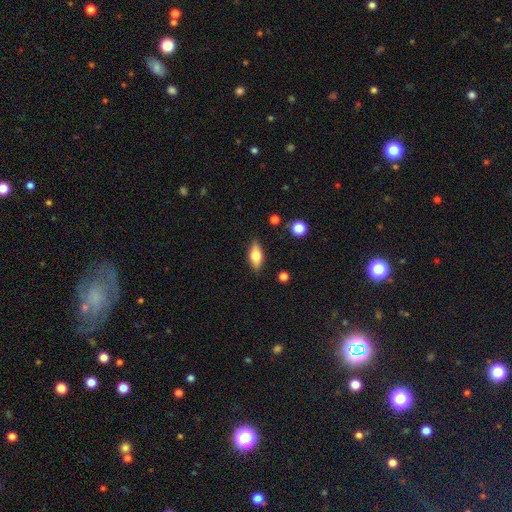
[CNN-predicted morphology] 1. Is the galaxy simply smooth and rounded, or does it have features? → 59% smooth, 34% featured or disk, 8% star or artifact.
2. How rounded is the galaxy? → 76% in between, 19% cigar-shaped, 5% round.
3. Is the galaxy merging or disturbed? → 85% none, 11% minor disturbance, 3% major disturbance, 2% merger.